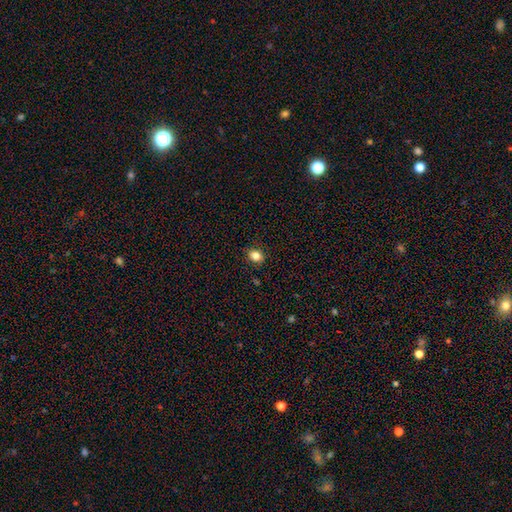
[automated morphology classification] A smooth galaxy with no disk features (84%) that is in between round and cigar-shaped (51%). Merging: none (87%).